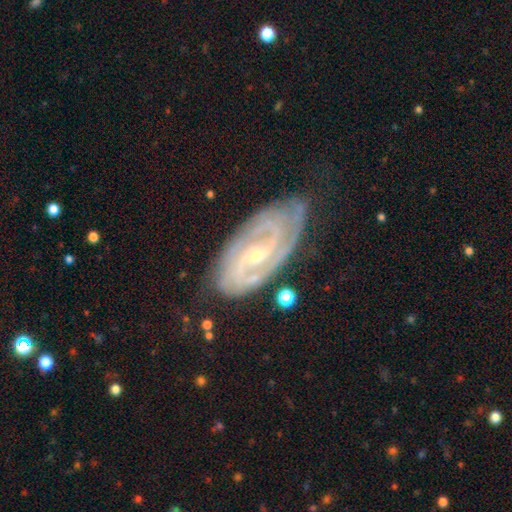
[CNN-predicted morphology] Smooth or featured? featured or disk (89%)
Edge-on disk? no (95%)
Bar? weak (44%)
Spiral arms? yes (98%)
Spiral winding? tight (61%)
Spiral arm count? 2 (58%)
Bulge size? small (72%)
Merging? none (72%)